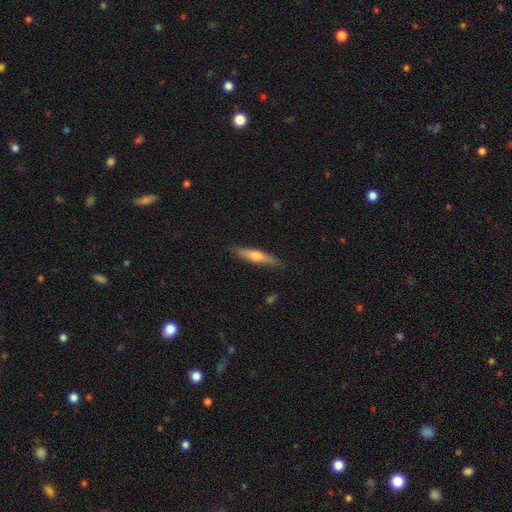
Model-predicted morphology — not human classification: Overall: smooth (50%; featured or disk 44%). How rounded: cigar-shaped (84%). Merging: none (87%).